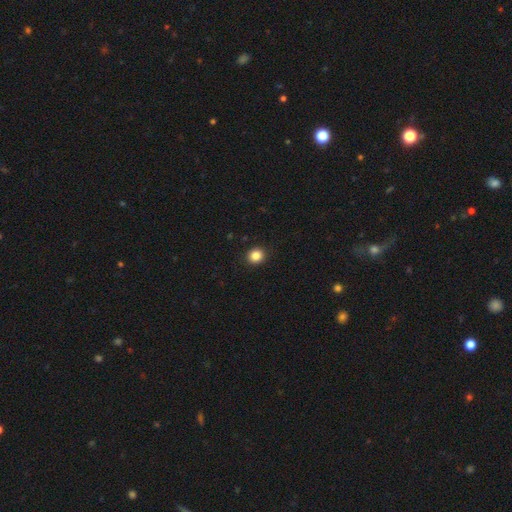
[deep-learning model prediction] This is clearly a smooth galaxy (85%). How rounded: clearly round (82%). Merging: clearly none (92%).